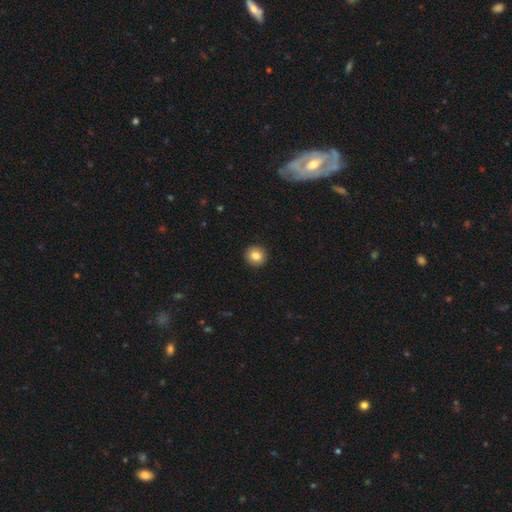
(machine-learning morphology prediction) type=smooth (85%); roundness=round (89%); merging=none (93%).